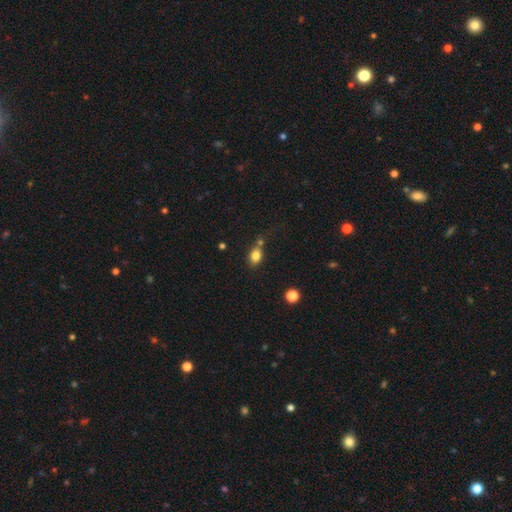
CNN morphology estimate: Smooth or featured: smooth — 82% (star or artifact — 11%)
How rounded: in between — 70% (round — 28%)
Merging: none — 60% (merger — 19%)